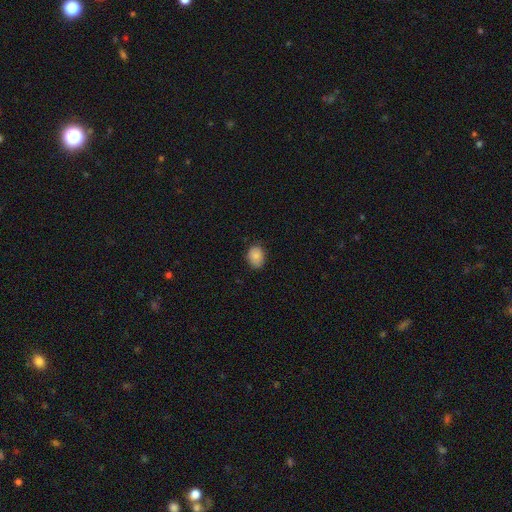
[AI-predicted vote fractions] smooth 87%, star or artifact 8%, featured or disk 5%. Down the decision tree: how rounded — in between (59%); merging — none (76%).